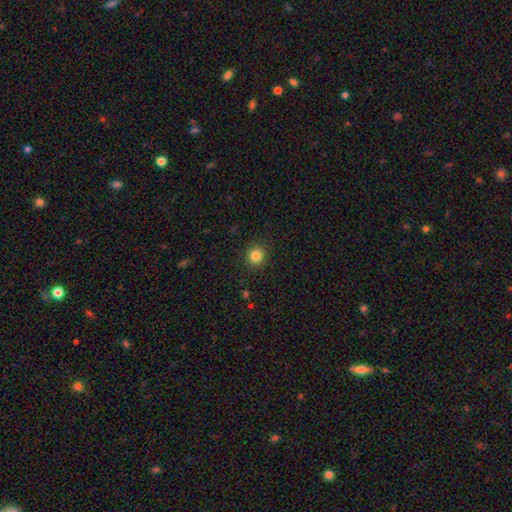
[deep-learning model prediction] A smooth galaxy with no disk features (84%) that is round (89%). Merging: none (91%).